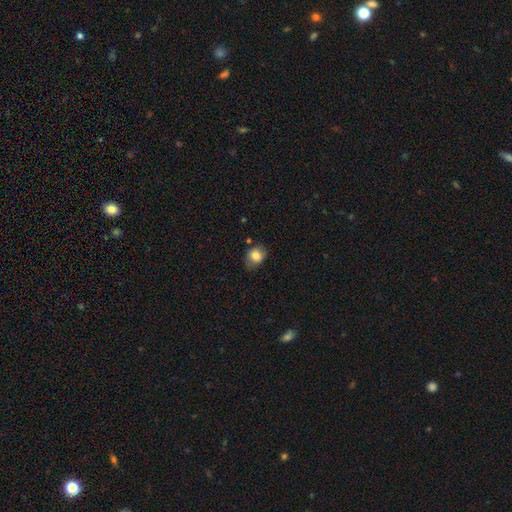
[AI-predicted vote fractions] smooth-or-featured: smooth: 82% | star or artifact: 9% | featured or disk: 9%
  how-rounded: round: 57% | in between: 42% | cigar-shaped: 1%
  merging: none: 68% | minor disturbance: 25% | major disturbance: 6% | merger: 2%